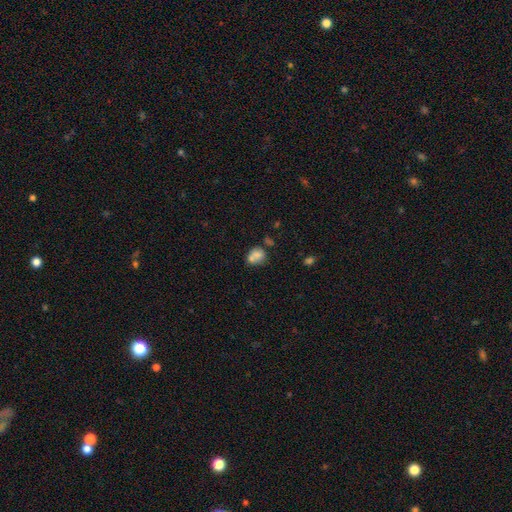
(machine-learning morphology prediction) Q: Smooth or featured?
A: smooth (73%); runner-up: featured or disk (17%)
Q: How rounded?
A: round (57%); runner-up: in between (42%)
Q: Merging?
A: merger (45%); runner-up: none (35%)